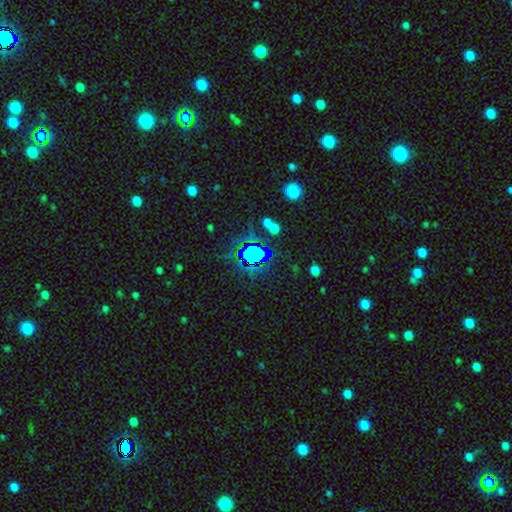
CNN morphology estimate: This appears to be a star or artifact, not a galaxy (65%).